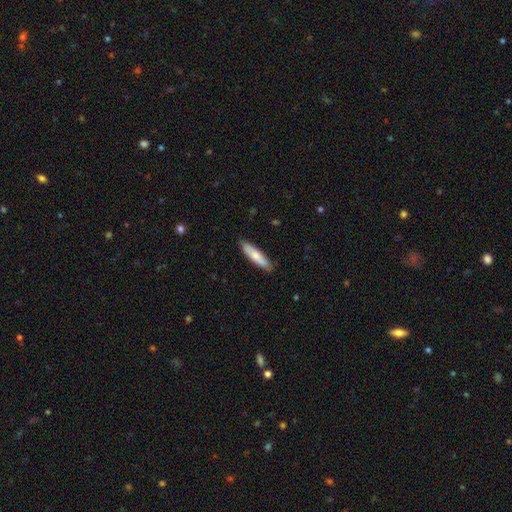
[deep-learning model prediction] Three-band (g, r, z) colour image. It shows a smooth galaxy with no disk features (73%) that is cigar-shaped (75%). Merging: none (88%).